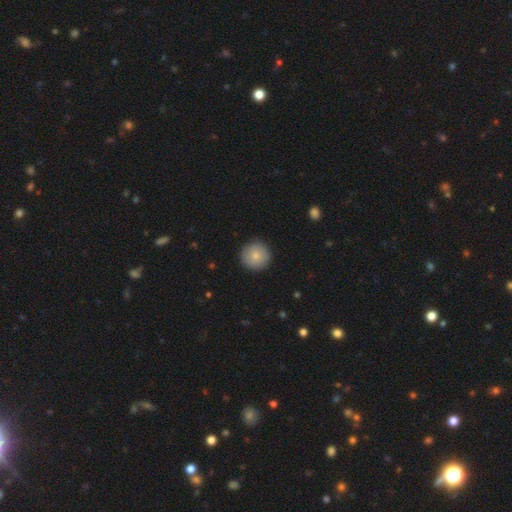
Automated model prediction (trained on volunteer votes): This appears to be a smooth galaxy with no disk features (81%) that is round (96%). Merging: none (91%).